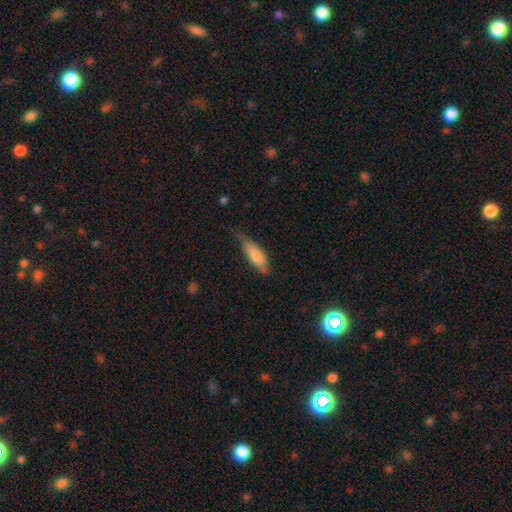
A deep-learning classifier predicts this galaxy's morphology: type=smooth (79%); roundness=in between (64%); merging=none (50%).